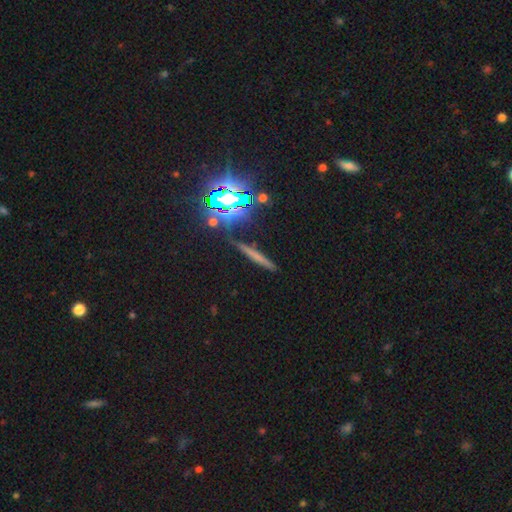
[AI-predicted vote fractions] smooth 47%, featured or disk 30%, star or artifact 23%. Down the decision tree: merging — none (82%).